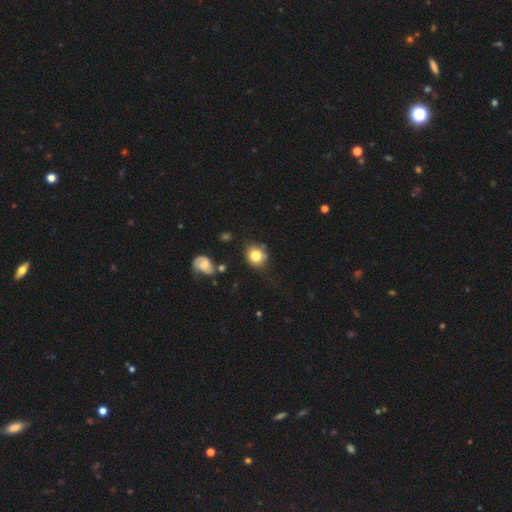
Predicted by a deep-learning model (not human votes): This is clearly a smooth galaxy (80%). How rounded: likely round (73%). Merging: likely none (70%).